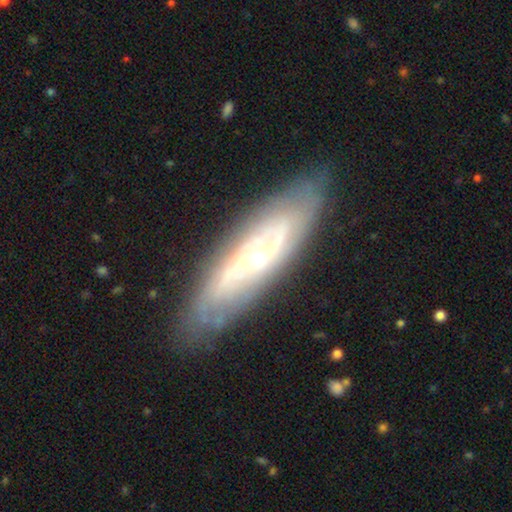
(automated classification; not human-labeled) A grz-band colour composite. It shows a featured or disk galaxy (74%) with no bar (57%), spiral arms (84%) and a small central bulge (74%). Merging: none (82%).